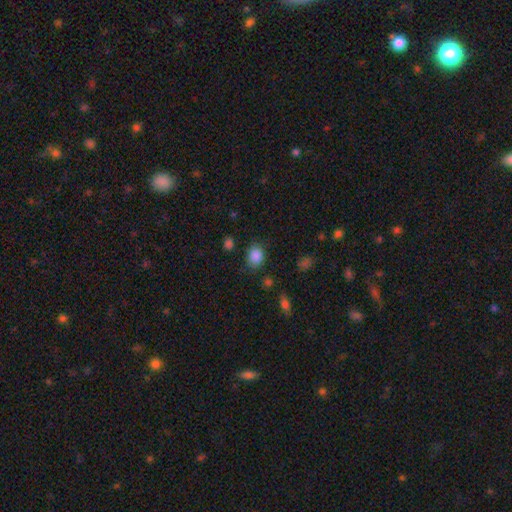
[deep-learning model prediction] Q: Smooth or featured?
A: smooth (86%); runner-up: star or artifact (9%)
Q: How rounded?
A: in between (56%); runner-up: round (43%)
Q: Merging?
A: none (77%); runner-up: minor disturbance (16%)